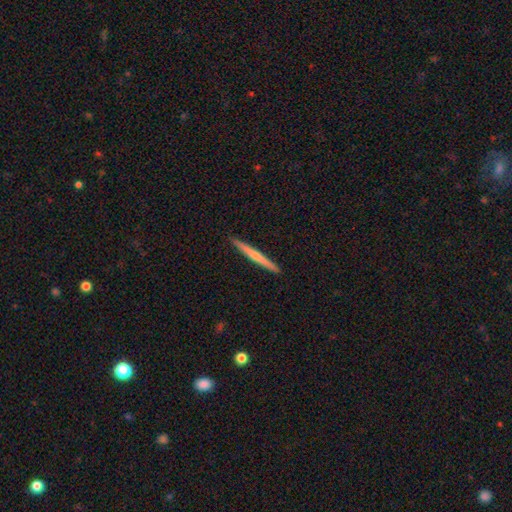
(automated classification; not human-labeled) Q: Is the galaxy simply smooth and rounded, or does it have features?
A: smooth — 48%.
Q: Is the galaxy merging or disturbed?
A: none — 92%.